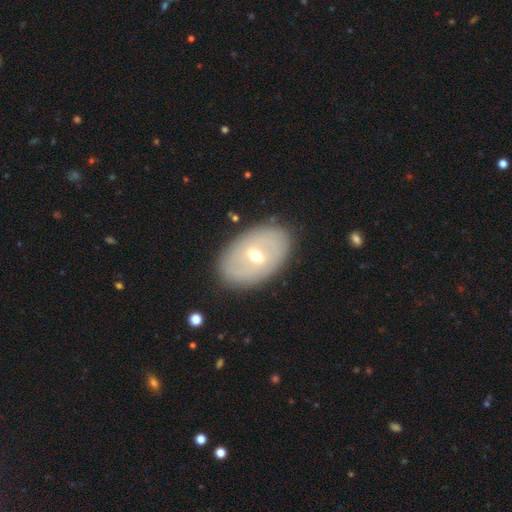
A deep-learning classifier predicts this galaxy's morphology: This is possibly a featured or disk galaxy (56%). It is clearly not viewed edge-on (91%). Bar: possibly weak (53%). Spiral arm pattern: likely no (66%). Central bulge: likely moderate (61%). Merging: clearly none (84%).